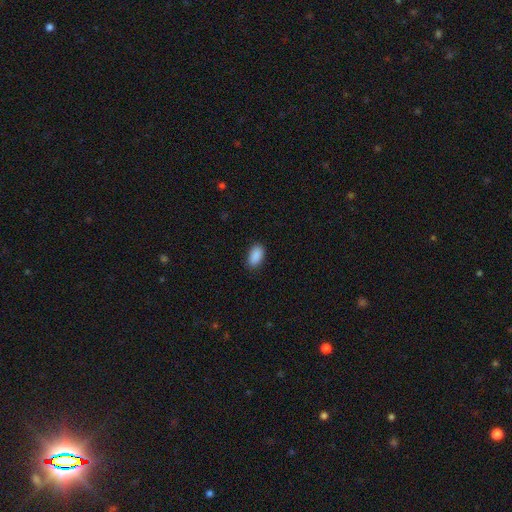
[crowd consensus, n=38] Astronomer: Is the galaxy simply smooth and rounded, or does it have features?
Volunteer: smooth — 97%.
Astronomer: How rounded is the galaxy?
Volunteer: in between — 86%.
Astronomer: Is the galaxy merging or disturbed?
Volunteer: none — 95%.